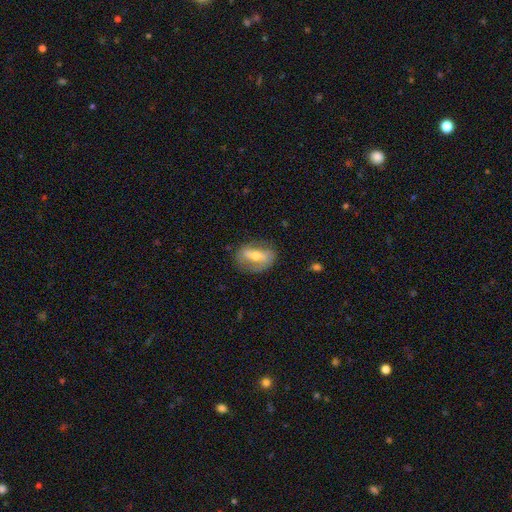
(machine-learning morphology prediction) Overall: featured or disk (60%; smooth 32%). Edge-on disk: no (87%). Bar: strong (48%; weak 30%). Spiral arms: yes (59%; no 41%). Bulge size: moderate (58%; small 35%). Merging: none (70%).